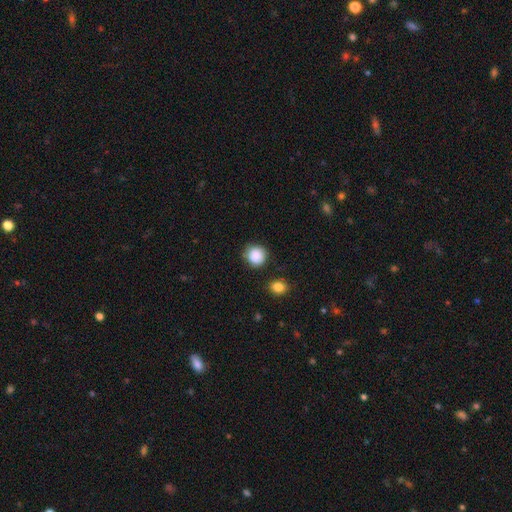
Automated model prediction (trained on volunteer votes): Smooth or featured: smooth — 87% (star or artifact — 8%)
How rounded: round — 90% (in between — 9%)
Merging: none — 79% (minor disturbance — 14%)